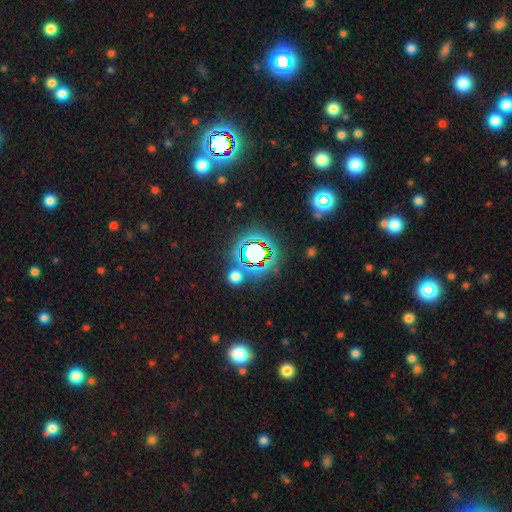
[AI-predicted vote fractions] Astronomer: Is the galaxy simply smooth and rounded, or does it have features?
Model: star or artifact — 79%.